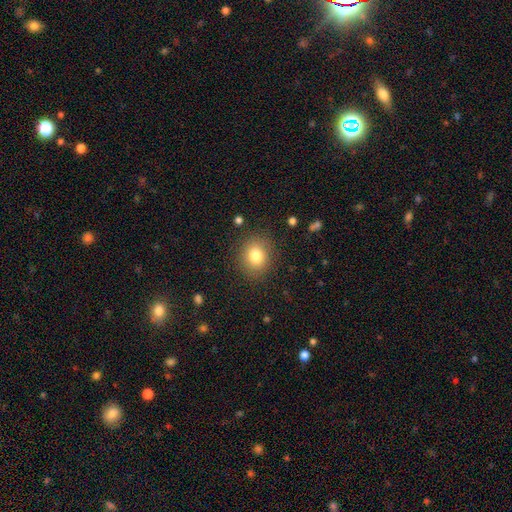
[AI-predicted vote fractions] Q: Smooth or featured?
A: smooth (80%); runner-up: star or artifact (11%)
Q: How rounded?
A: round (67%); runner-up: in between (32%)
Q: Merging?
A: none (86%); runner-up: minor disturbance (9%)